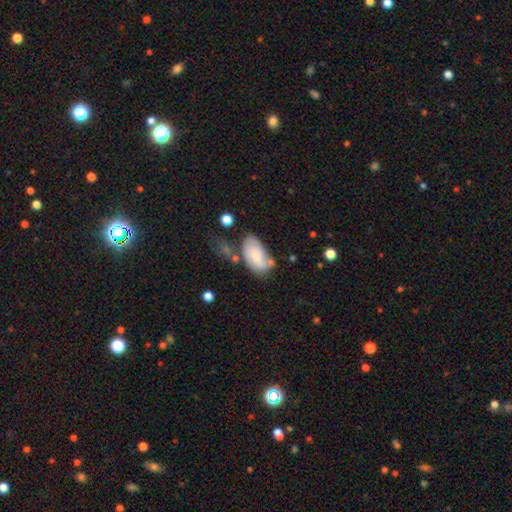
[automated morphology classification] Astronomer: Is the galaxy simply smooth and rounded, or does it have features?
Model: smooth — 63%.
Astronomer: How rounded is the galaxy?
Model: in between — 93%.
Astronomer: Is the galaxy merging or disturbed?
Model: none — 38% (runner-up: minor disturbance, 30%).